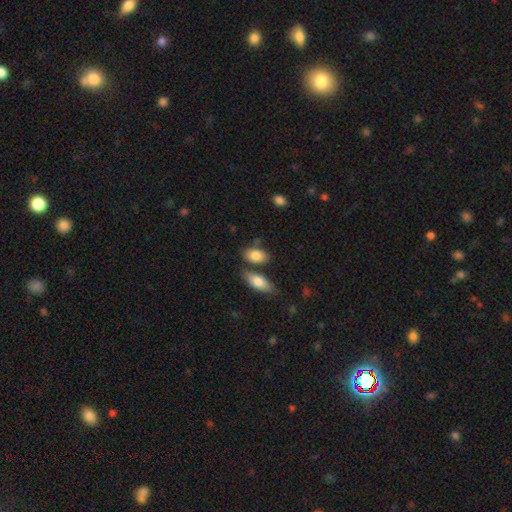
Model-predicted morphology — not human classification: Smooth or featured? smooth (84%)
How rounded? in between (87%)
Merging? none (64%)